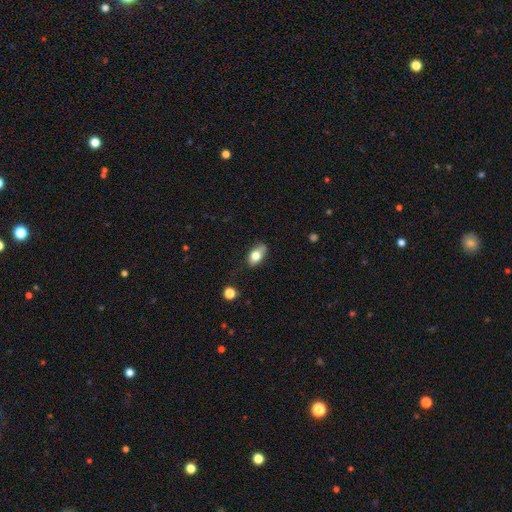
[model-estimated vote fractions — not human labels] This appears to be a smooth galaxy with no disk features (75%) that is in between round and cigar-shaped (87%). Merging: none (65%).